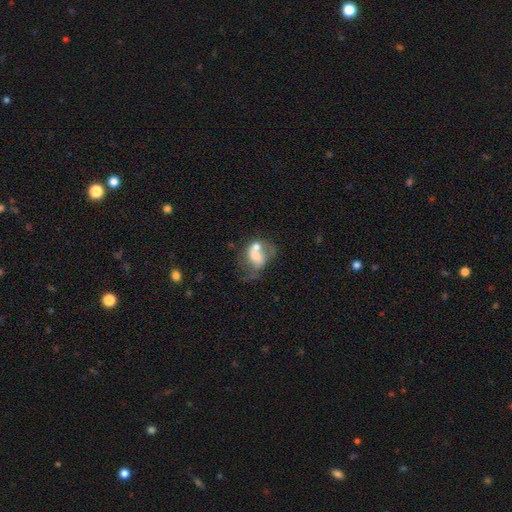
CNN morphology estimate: Smooth or featured?
  - featured or disk: 49% *
  - smooth: 42%
  - star or artifact: 9%
Merging?
  - merger: 49% *
  - major disturbance: 19%
  - none: 19%
  - minor disturbance: 13%